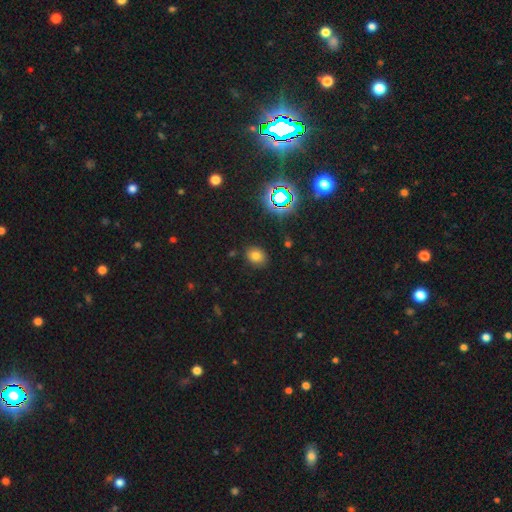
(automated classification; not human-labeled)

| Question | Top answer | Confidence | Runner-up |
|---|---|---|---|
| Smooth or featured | smooth | 72% | star or artifact (20%) |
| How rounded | round | 50% | in between (48%) |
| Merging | none | 84% | minor disturbance (11%) |